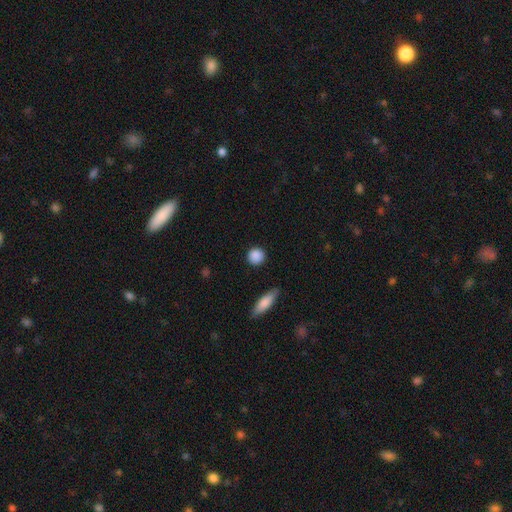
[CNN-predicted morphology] smooth_or_featured: smooth (p=0.88) [alt: star or artifact p=0.08]
how_rounded: round (p=0.89) [alt: in between p=0.08]
merging: none (p=0.89) [alt: minor disturbance p=0.07]